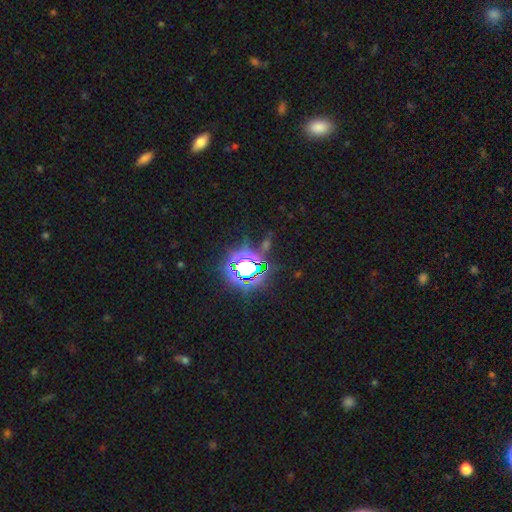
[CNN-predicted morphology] Overall: star or artifact (81%).